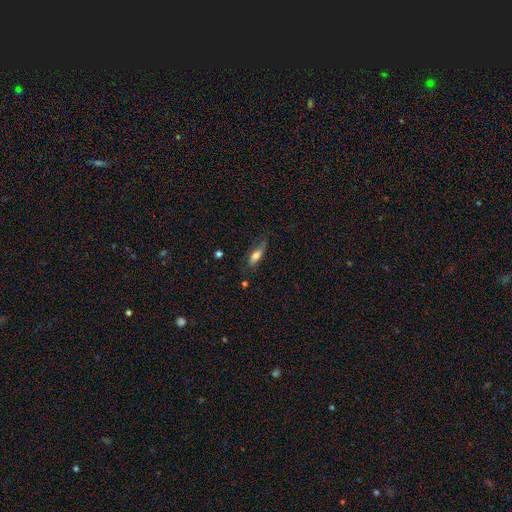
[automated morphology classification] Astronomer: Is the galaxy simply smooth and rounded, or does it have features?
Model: smooth — 66%.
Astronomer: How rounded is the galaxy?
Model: in between — 65%.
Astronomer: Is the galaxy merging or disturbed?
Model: none — 64%.